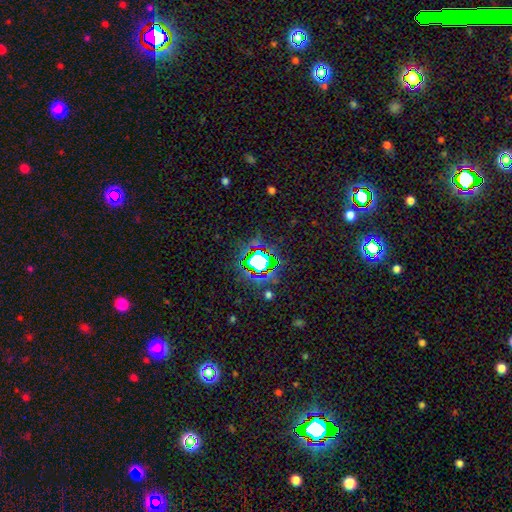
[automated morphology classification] type=star or artifact (71%).